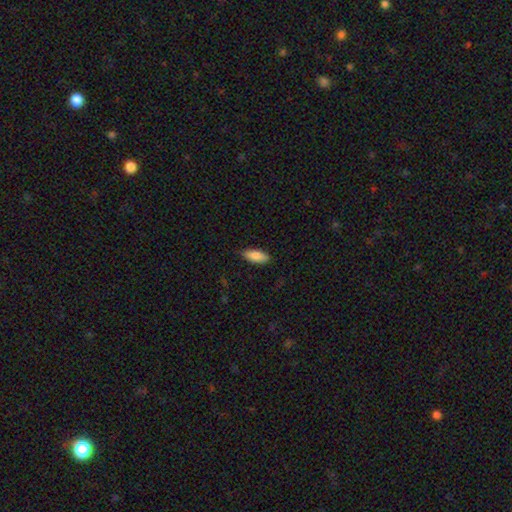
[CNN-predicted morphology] Q: Smooth or featured?
A: smooth (86%); runner-up: featured or disk (8%)
Q: How rounded?
A: in between (77%); runner-up: cigar-shaped (21%)
Q: Merging?
A: none (81%); runner-up: minor disturbance (15%)